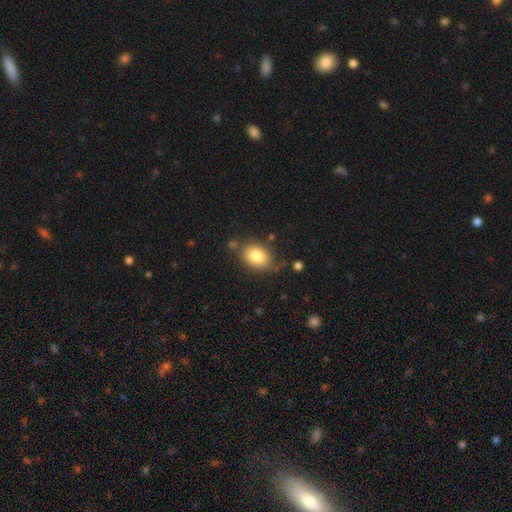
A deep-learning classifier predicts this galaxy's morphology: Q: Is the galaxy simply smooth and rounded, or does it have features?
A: smooth — 83%.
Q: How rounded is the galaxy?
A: in between — 75%.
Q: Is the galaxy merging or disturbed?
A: none — 72%.